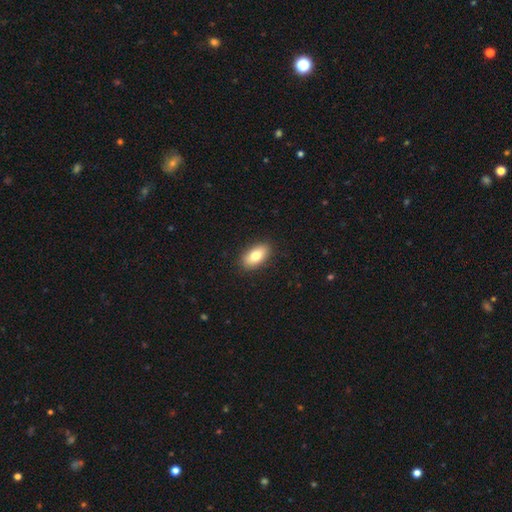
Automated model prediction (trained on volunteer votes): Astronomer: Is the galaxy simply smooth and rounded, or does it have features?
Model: smooth — 80%.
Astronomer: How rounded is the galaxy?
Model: in between — 91%.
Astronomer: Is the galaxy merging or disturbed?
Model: none — 89%.